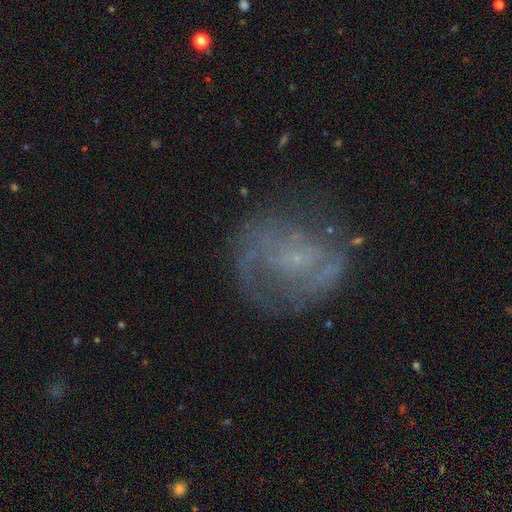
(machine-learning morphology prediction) featured or disk 66%, smooth 21%, star or artifact 13%. Down the decision tree: edge-on disk — no (97%); bar — no (60%); spiral arms — yes (67%); bulge size — small (62%); merging — none (59%).